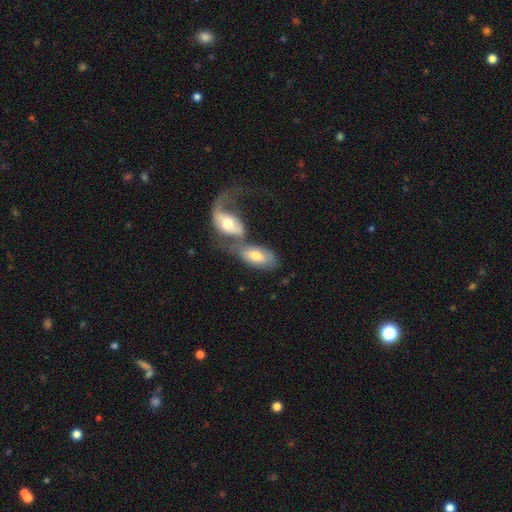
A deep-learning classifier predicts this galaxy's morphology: The model was most divided on "smooth or featured": smooth: 54%, featured or disk: 40%, star or artifact: 6%. More confident: how rounded — in between (91%); merging — merger (65%).